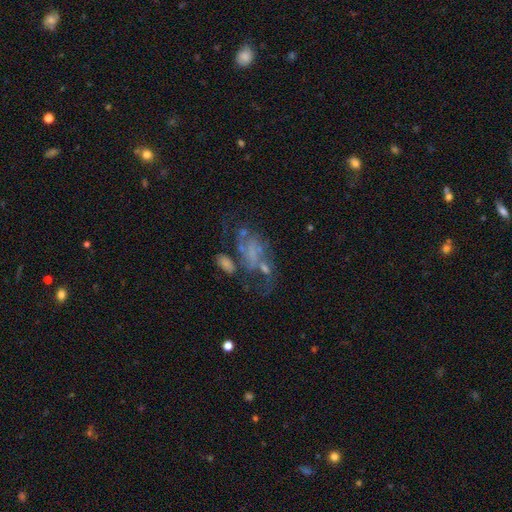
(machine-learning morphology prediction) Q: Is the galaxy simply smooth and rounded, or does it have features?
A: featured or disk — 55%.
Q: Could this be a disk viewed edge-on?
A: no — 95%.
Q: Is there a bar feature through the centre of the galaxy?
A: no — 76%.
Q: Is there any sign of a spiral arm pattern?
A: no — 57%.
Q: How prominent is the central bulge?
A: none — 68%.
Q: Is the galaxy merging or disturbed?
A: major disturbance — 35%.